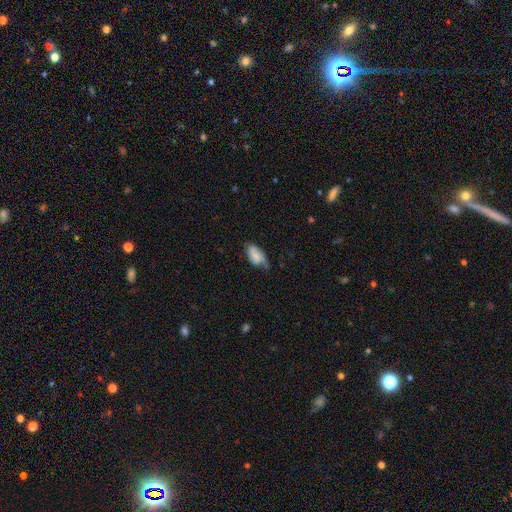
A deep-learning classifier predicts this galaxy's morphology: Smooth or featured?
  - smooth: 71% *
  - featured or disk: 21%
  - star or artifact: 8%
How rounded?
  - in between: 93% *
  - round: 4%
  - cigar-shaped: 3%
Merging?
  - none: 41% * (tied)
  - minor disturbance: 41% * (tied)
  - major disturbance: 15%
  - merger: 3%